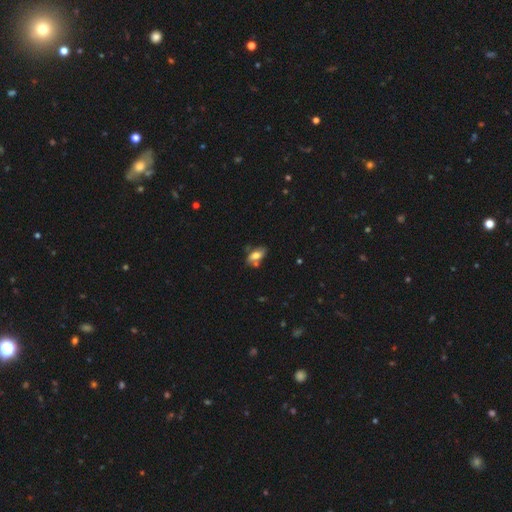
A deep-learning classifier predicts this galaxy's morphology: This appears to be a smooth galaxy with no disk features (66%) that is in between round and cigar-shaped (88%). Merging: none (56%).